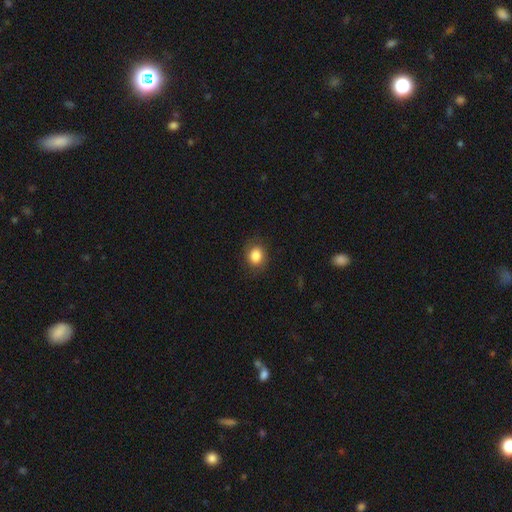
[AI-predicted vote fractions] Q: Smooth or featured?
A: smooth (85%); runner-up: star or artifact (9%)
Q: How rounded?
A: round (61%); runner-up: in between (38%)
Q: Merging?
A: none (85%); runner-up: minor disturbance (11%)